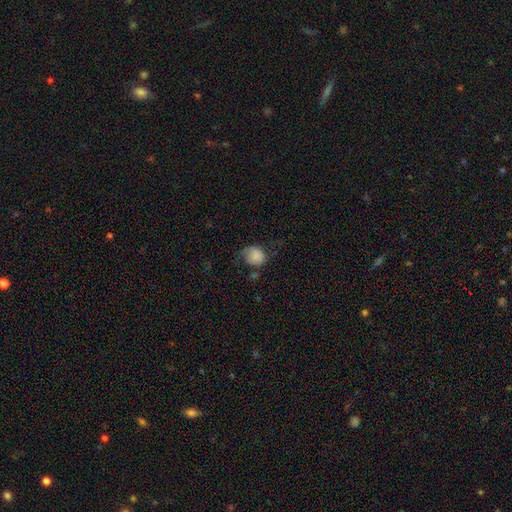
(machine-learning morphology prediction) Q: Smooth or featured?
A: smooth (78%); runner-up: featured or disk (13%)
Q: How rounded?
A: round (61%); runner-up: in between (38%)
Q: Merging?
A: none (42%); runner-up: minor disturbance (33%)